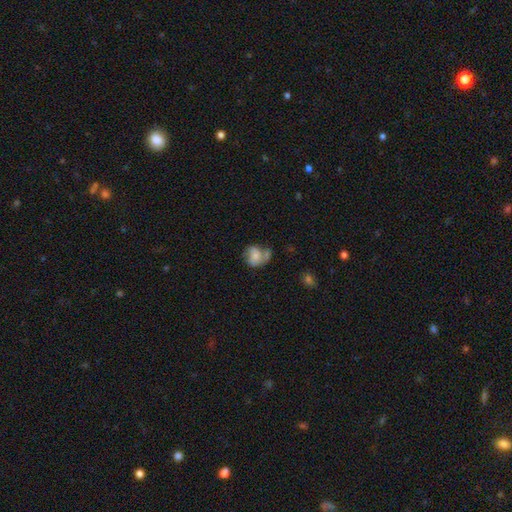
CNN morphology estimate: smooth-or-featured: smooth: 55% | featured or disk: 36% | star or artifact: 9%
  how-rounded: round: 58% | in between: 41% | cigar-shaped: 1%
  merging: none: 36% | minor disturbance: 25% | merger: 19% | major disturbance: 19%